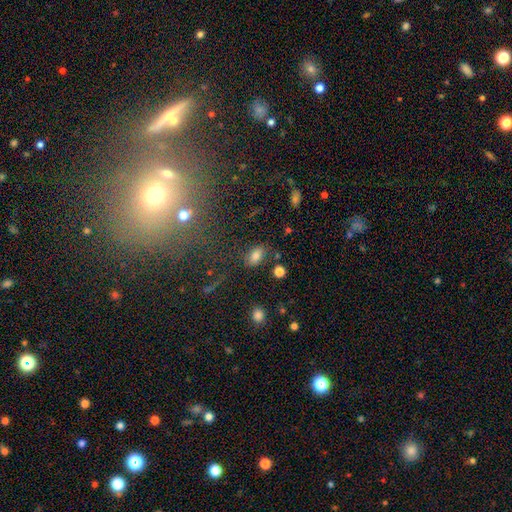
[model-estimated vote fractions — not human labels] A smooth galaxy with no disk features (81%) that is in between round and cigar-shaped (86%).

Vote fractions:
- Smooth or featured? smooth: 81% / star or artifact: 11% / featured or disk: 8%
- How rounded? in between: 86% / round: 12% / cigar-shaped: 2%
- Merging? none: 78% / minor disturbance: 13% / merger: 5% / major disturbance: 4%